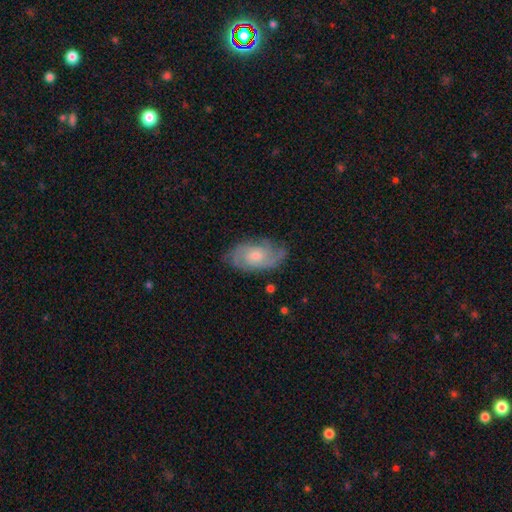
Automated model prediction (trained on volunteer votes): Overall: featured or disk (76%). Edge-on disk: no (96%). Bar: no (70%). Spiral arms: yes (94%). Spiral arm count: 2 (50%; can't tell 23%). Spiral winding: tight (51%; medium 39%). Bulge size: moderate (47%; small 43%). Merging: none (77%).